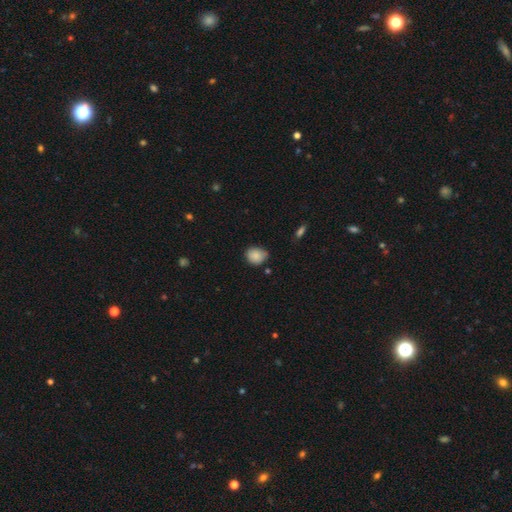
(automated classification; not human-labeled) Smooth or featured? Predicted: smooth (p=0.86). How rounded? Predicted: round (p=0.62). Merging? Predicted: none (p=0.66).